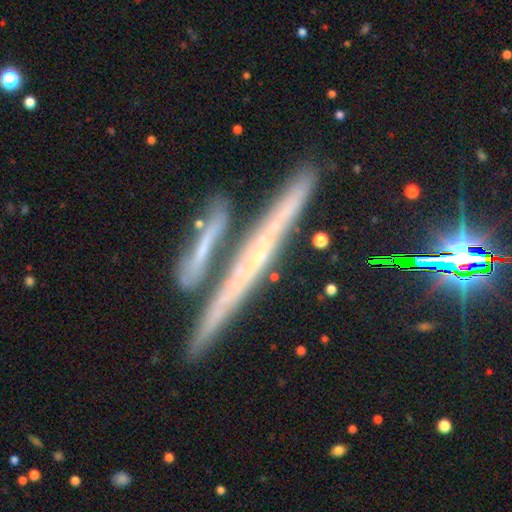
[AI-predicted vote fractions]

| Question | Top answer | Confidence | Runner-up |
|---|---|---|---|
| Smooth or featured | featured or disk | 67% | smooth (20%) |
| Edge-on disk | yes | 94% | no (6%) |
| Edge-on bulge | none | 74% | rounded (20%) |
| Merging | none | 73% | merger (14%) |